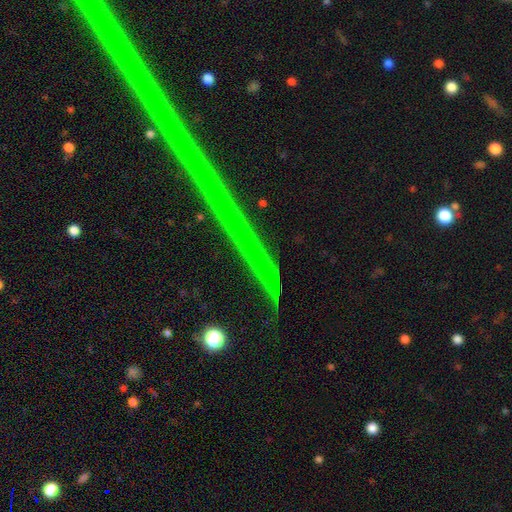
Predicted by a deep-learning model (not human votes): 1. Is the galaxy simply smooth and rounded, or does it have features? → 72% star or artifact, 20% featured or disk, 8% smooth.